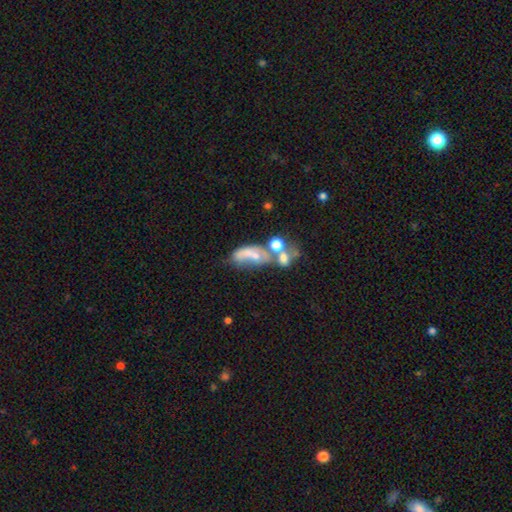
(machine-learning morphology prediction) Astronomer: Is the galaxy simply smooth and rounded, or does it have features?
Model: featured or disk — 43% (runner-up: smooth, 42%).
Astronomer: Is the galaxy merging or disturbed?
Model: merger — 47%.